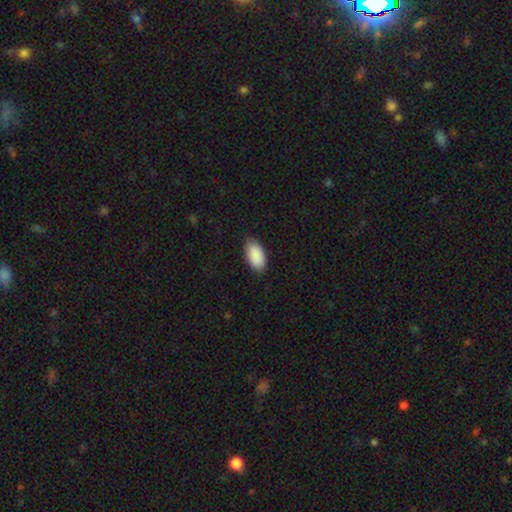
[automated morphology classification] The model was most divided on "merging": none: 82%, minor disturbance: 15%, major disturbance: 2%, merger: 1%. More confident: how rounded — in between (95%); smooth or featured — smooth (90%).